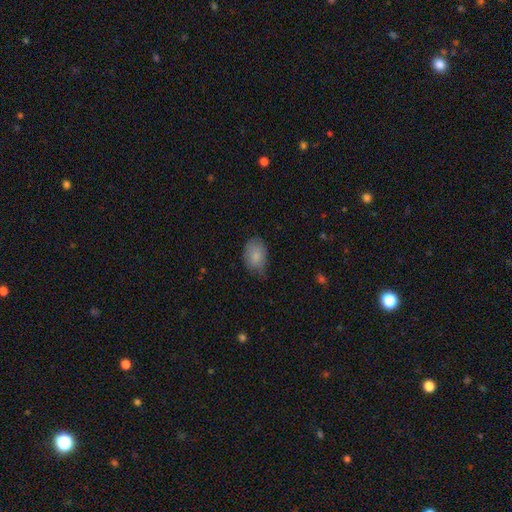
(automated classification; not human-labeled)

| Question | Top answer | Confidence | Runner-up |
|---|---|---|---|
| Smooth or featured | smooth | 83% | featured or disk (10%) |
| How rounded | in between | 85% | round (13%) |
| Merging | none | 58% | minor disturbance (34%) |